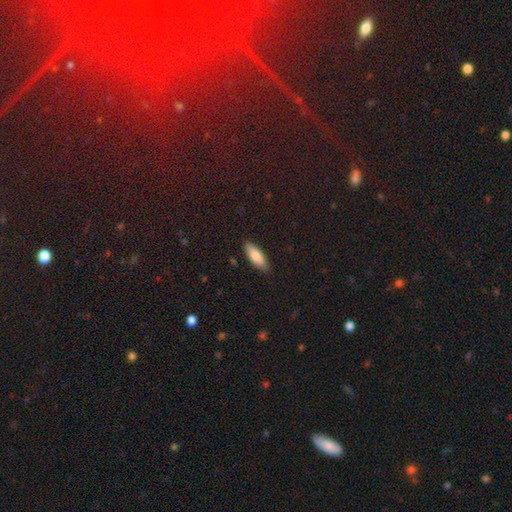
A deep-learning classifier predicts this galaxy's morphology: The model was most divided on "how rounded": in between: 64%, cigar-shaped: 34%, round: 2%. More confident: merging — none (87%); smooth or featured — smooth (81%).